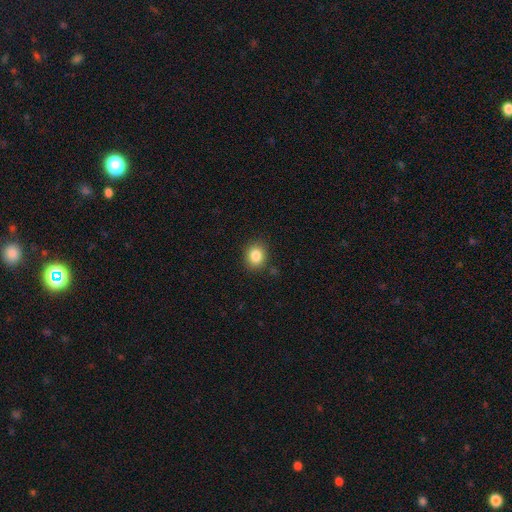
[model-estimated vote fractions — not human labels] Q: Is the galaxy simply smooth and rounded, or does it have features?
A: smooth — 84%.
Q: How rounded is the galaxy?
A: round — 67%.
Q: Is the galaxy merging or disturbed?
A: none — 87%.